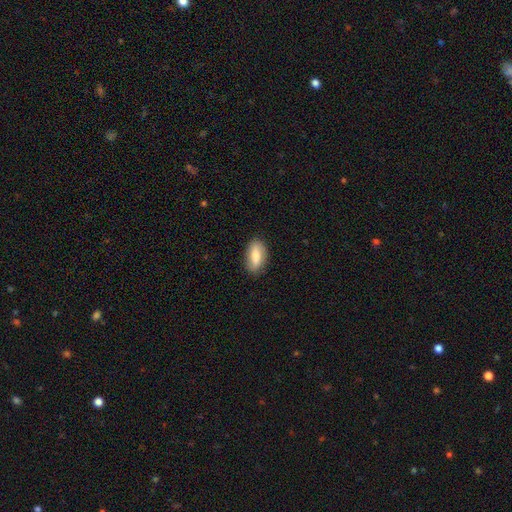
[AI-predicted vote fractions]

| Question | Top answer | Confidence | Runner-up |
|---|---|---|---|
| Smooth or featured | smooth | 71% | featured or disk (23%) |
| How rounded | in between | 89% | cigar-shaped (8%) |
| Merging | none | 84% | minor disturbance (12%) |